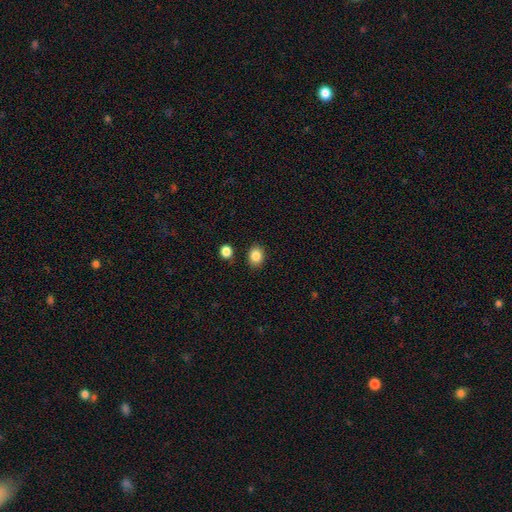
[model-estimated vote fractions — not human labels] A smooth galaxy with no disk features (85%) that is round (50%).

Vote fractions:
- Smooth or featured? smooth: 85% / star or artifact: 10% / featured or disk: 5%
- How rounded? round: 50% / in between: 49% / cigar-shaped: 1%
- Merging? none: 86% / minor disturbance: 8% / merger: 3% / major disturbance: 2%